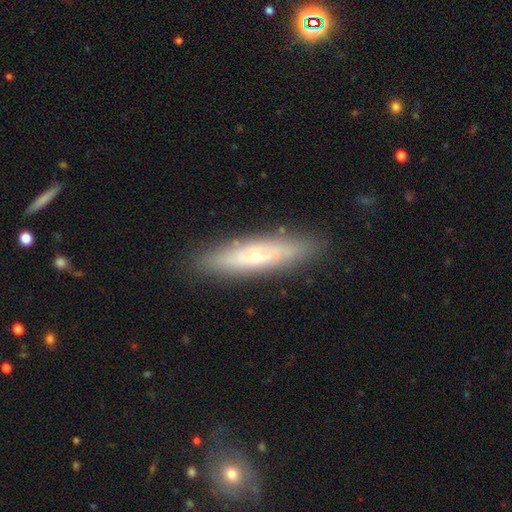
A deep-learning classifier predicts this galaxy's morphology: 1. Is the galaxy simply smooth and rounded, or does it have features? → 53% featured or disk, 39% smooth, 7% star or artifact.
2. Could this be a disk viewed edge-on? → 60% yes, 40% no.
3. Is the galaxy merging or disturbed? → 83% none, 12% minor disturbance, 3% major disturbance, 2% merger.